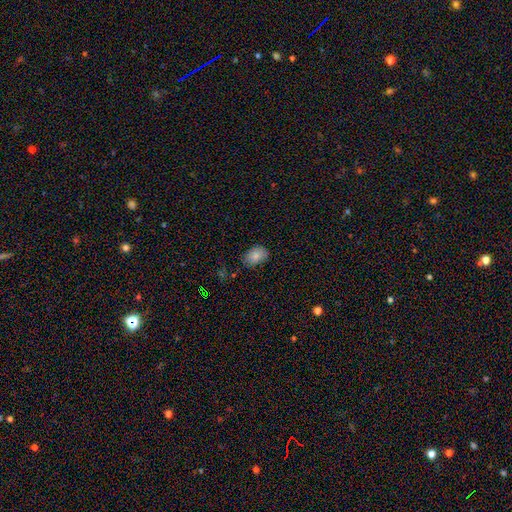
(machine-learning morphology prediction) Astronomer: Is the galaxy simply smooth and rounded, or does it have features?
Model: smooth — 83%.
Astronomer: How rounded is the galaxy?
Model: in between — 83%.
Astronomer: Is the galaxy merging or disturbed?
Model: none — 75%.